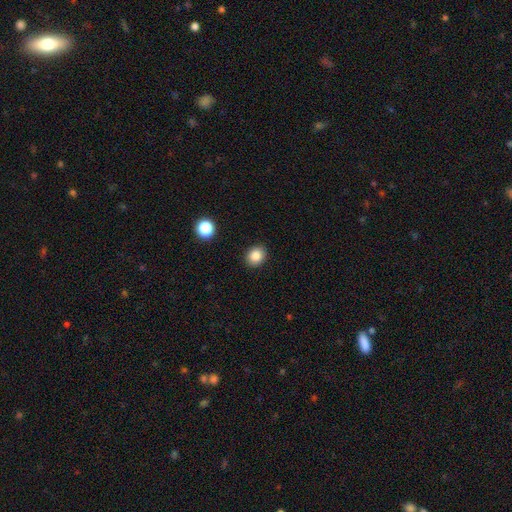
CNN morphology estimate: This is clearly a smooth galaxy (85%). How rounded: likely round (68%). Merging: clearly none (91%).